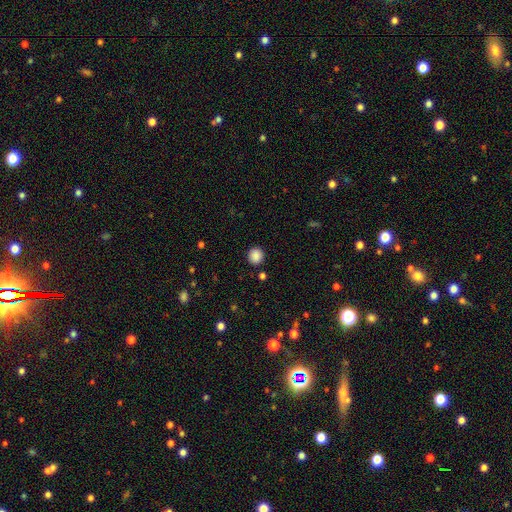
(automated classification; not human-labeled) Smooth or featured?
  - smooth: 87% *
  - star or artifact: 10%
  - featured or disk: 3%
How rounded?
  - round: 90% *
  - in between: 9%
  - cigar-shaped: 1%
Merging?
  - none: 90% *
  - minor disturbance: 6%
  - major disturbance: 2%
  - merger: 2%